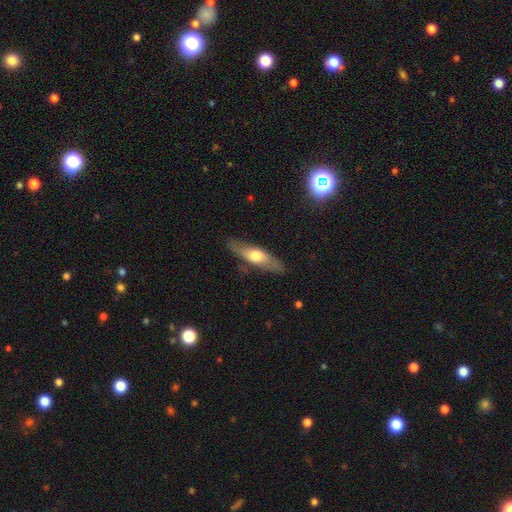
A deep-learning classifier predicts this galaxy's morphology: Smooth or featured: smooth — 51% (featured or disk — 44%)
How rounded: cigar-shaped — 64% (in between — 33%)
Merging: none — 83% (minor disturbance — 13%)